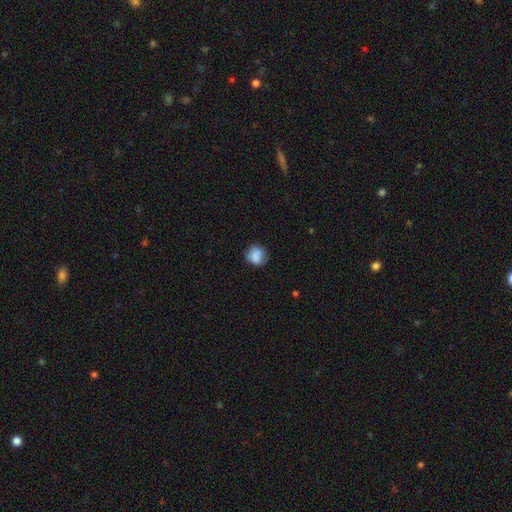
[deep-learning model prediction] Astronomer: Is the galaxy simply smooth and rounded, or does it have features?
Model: smooth — 84%.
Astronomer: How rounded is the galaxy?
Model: round — 82%.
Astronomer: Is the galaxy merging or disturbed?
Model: none — 77%.